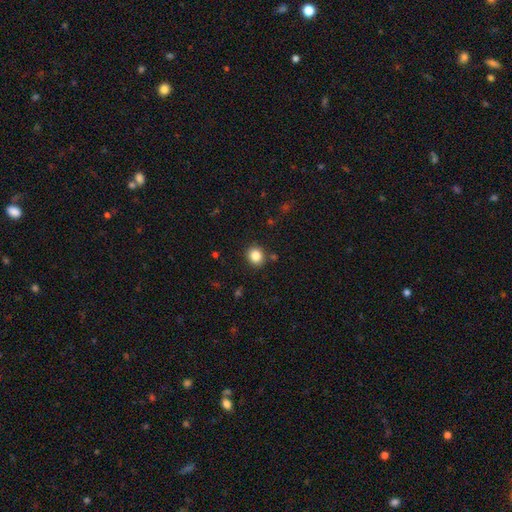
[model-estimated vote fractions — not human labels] Smooth or featured?
  - smooth: 84% *
  - star or artifact: 10%
  - featured or disk: 5%
How rounded?
  - round: 76% *
  - in between: 23%
  - cigar-shaped: 1%
Merging?
  - none: 88% *
  - minor disturbance: 7%
  - merger: 2%
  - major disturbance: 2%